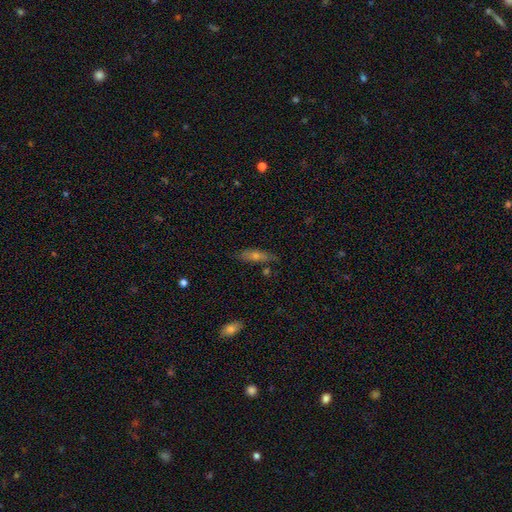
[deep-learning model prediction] This appears to be a smooth galaxy with no disk features (49%). Merging: none (75%).